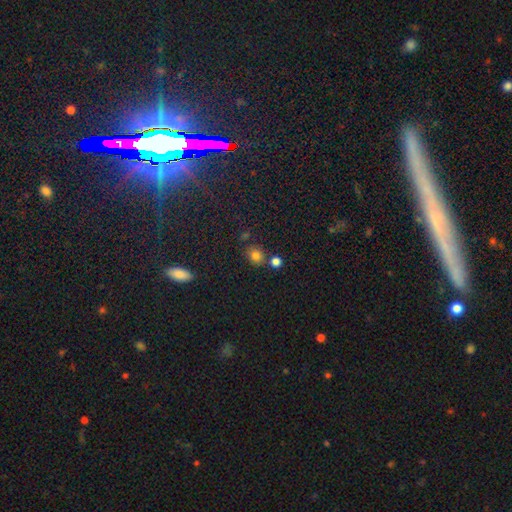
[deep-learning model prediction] Q: Smooth or featured?
A: smooth (77%); runner-up: star or artifact (16%)
Q: How rounded?
A: round (68%); runner-up: in between (31%)
Q: Merging?
A: none (67%); runner-up: merger (16%)